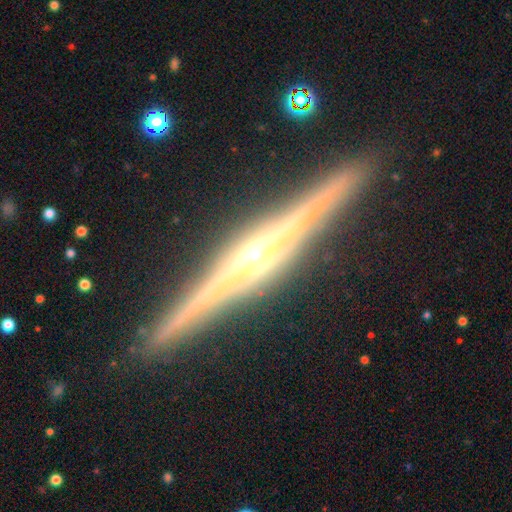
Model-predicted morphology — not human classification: This appears to be a featured or disk galaxy (90%) viewed edge-on (99%) with a rounded central bulge (85%). Merging: none (92%).